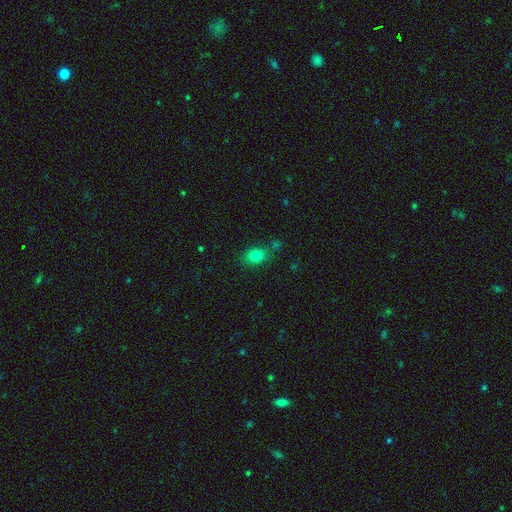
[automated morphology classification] A smooth galaxy with no disk features (80%) that is in between round and cigar-shaped (61%). Merging: none (72%).